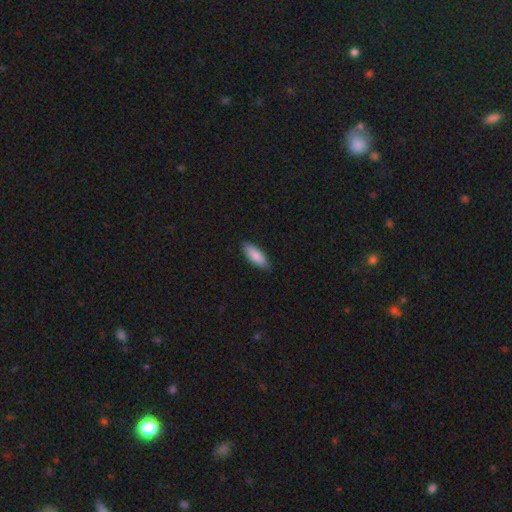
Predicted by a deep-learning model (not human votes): Morphology: type=smooth (88%); roundness=in between (69%); merging=none (86%).